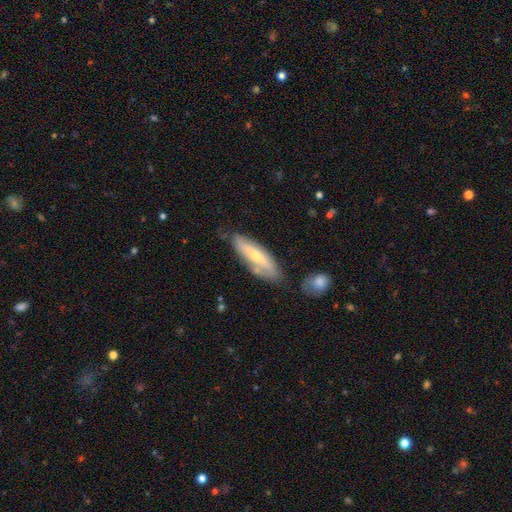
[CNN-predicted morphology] This is possibly a featured or disk galaxy (52%). It is likely not viewed edge-on (64%). Merging: likely none (65%).